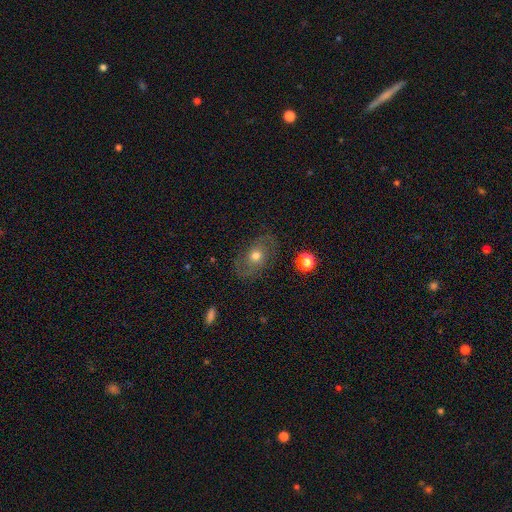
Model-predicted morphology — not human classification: smooth_or_featured: featured or disk (p=0.48) [alt: smooth p=0.41]
merging: none (p=0.75) [alt: minor disturbance p=0.15]